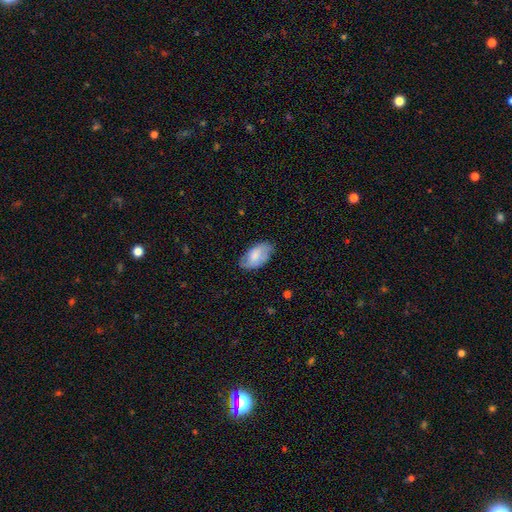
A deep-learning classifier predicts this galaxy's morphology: smooth 68%, featured or disk 26%, star or artifact 6%. Down the decision tree: how rounded — in between (94%); merging — none (70%).